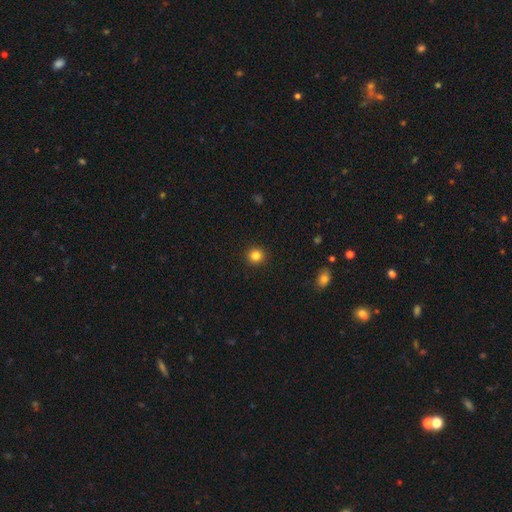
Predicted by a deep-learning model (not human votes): Smooth or featured? Predicted: smooth (p=0.83). How rounded? Predicted: round (p=0.93). Merging? Predicted: none (p=0.93).